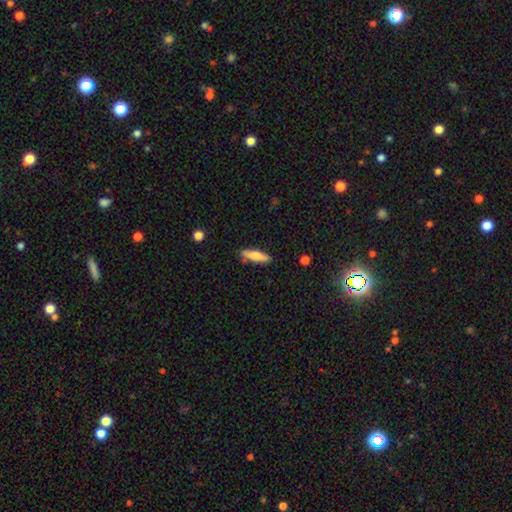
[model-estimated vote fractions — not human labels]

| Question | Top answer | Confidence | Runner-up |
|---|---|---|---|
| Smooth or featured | smooth | 70% | featured or disk (24%) |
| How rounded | cigar-shaped | 74% | in between (25%) |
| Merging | none | 86% | minor disturbance (10%) |